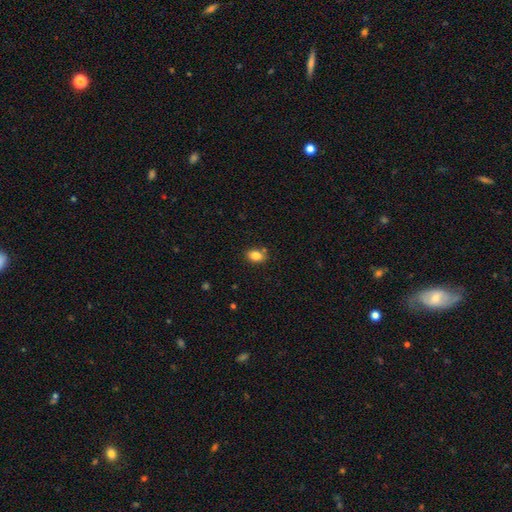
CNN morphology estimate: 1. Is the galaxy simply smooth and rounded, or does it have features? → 83% smooth, 10% star or artifact, 7% featured or disk.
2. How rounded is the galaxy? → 75% in between, 24% round, 1% cigar-shaped.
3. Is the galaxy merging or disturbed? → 78% none, 12% minor disturbance, 7% merger, 3% major disturbance.